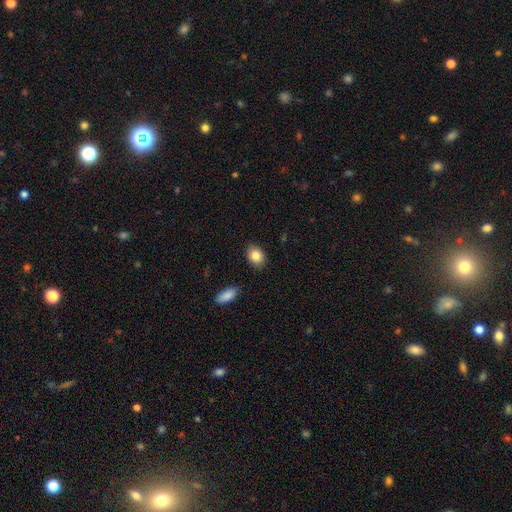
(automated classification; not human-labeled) Smooth or featured: smooth — 84% (star or artifact — 8%)
How rounded: in between — 70% (round — 28%)
Merging: none — 87% (minor disturbance — 10%)